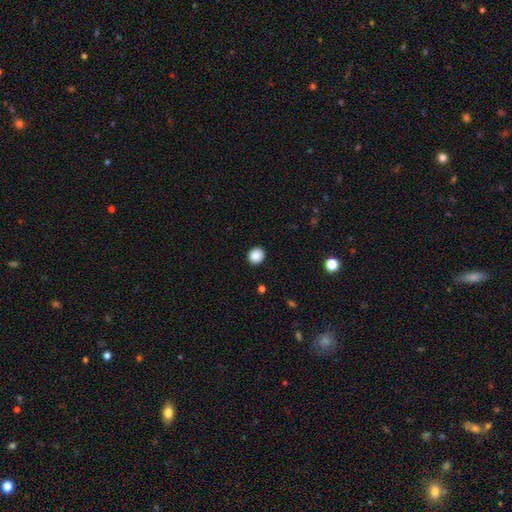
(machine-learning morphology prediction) smooth_or_featured: smooth (p=0.88) [alt: star or artifact p=0.09]
how_rounded: round (p=0.86) [alt: in between p=0.13]
merging: none (p=0.92) [alt: minor disturbance p=0.05]